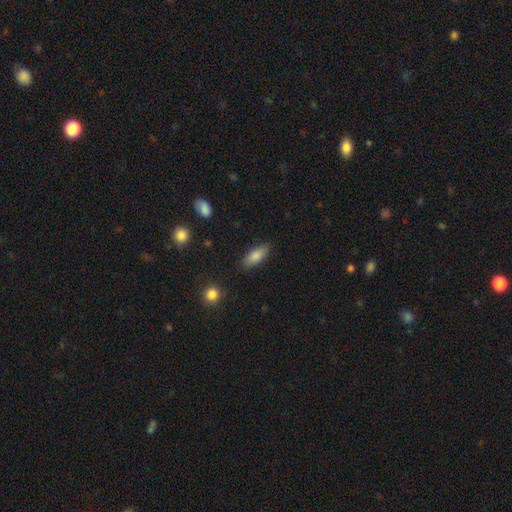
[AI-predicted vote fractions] smooth_or_featured: smooth (p=0.82) [alt: featured or disk p=0.11]
how_rounded: in between (p=0.77) [alt: cigar-shaped p=0.20]
merging: none (p=0.84) [alt: minor disturbance p=0.12]